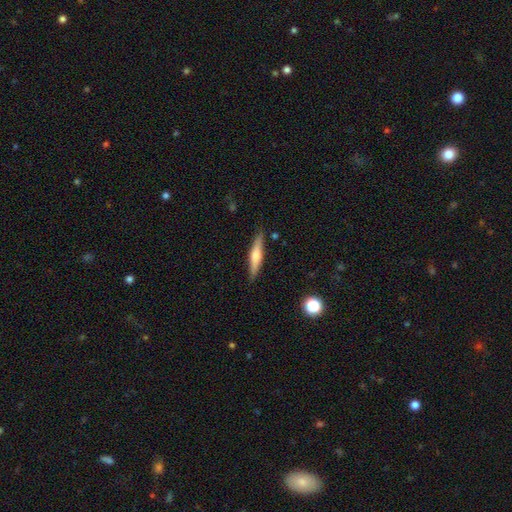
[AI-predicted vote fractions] A featured or disk galaxy (50%).

Vote fractions:
- Smooth or featured? featured or disk: 50% / smooth: 44% / star or artifact: 6%
- Merging? none: 87% / minor disturbance: 10% / major disturbance: 2% / merger: 2%